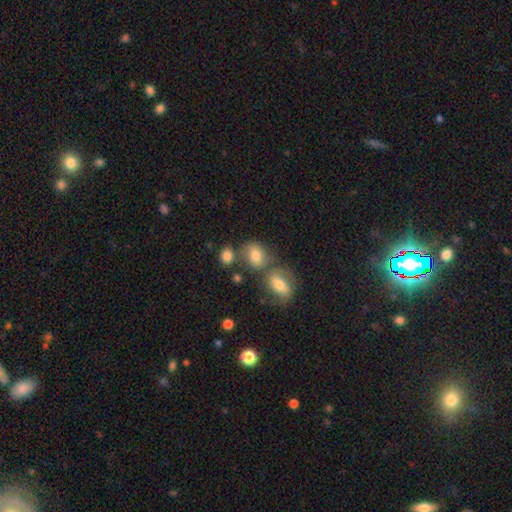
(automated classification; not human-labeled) smooth-or-featured: smooth: 70% | featured or disk: 18% | star or artifact: 12%
  how-rounded: in between: 63% | round: 35% | cigar-shaped: 2%
  merging: none: 49% | merger: 31% | minor disturbance: 14% | major disturbance: 6%